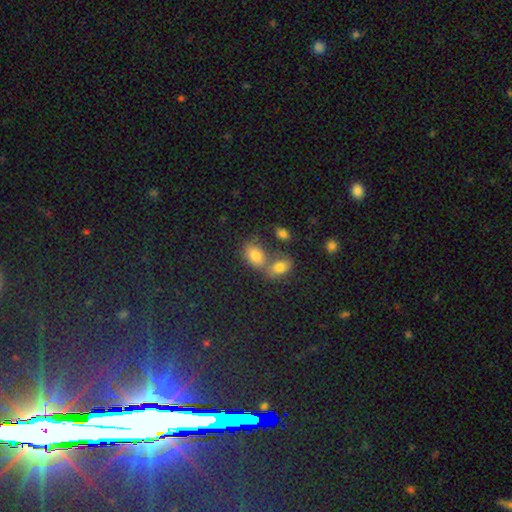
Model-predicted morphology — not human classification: smooth 78%, star or artifact 12%, featured or disk 10%. Down the decision tree: how rounded — in between (85%); merging — merger (48%).